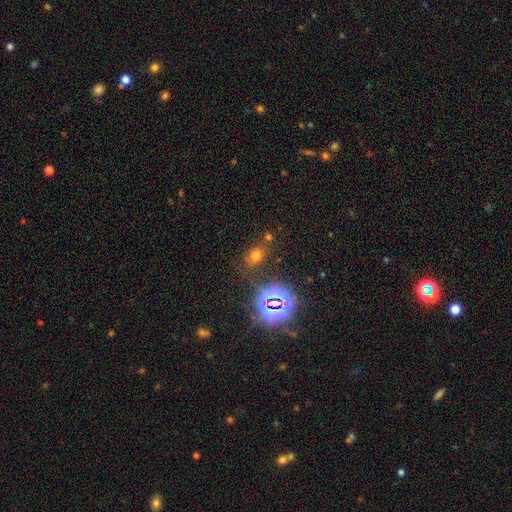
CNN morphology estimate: Smooth or featured?
  - smooth: 58% *
  - star or artifact: 33%
  - featured or disk: 9%
How rounded?
  - in between: 57% *
  - round: 41%
  - cigar-shaped: 2%
Merging?
  - none: 71% *
  - minor disturbance: 14%
  - merger: 9%
  - major disturbance: 6%